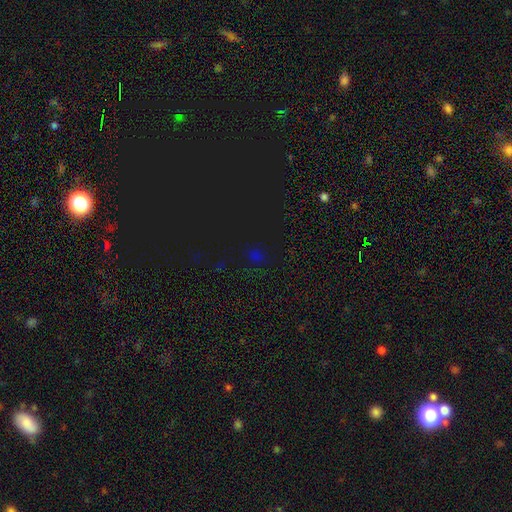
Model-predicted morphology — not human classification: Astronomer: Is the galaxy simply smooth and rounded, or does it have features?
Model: star or artifact — 64%.